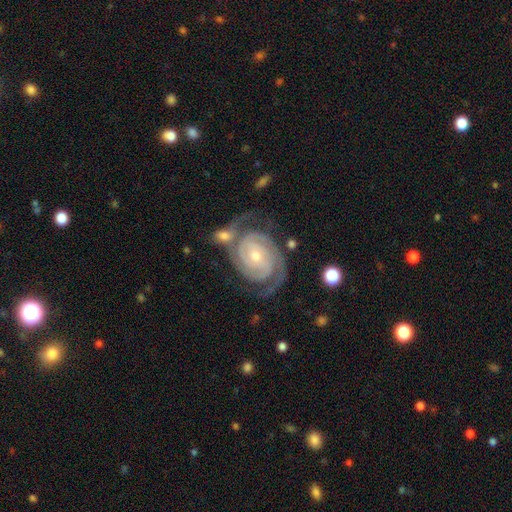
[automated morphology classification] A featured or disk galaxy (92%) with no bar (60%), 2 (79%) tight (76%) spiral arms (99%) and a small central bulge (55%). Merging: none (67%).